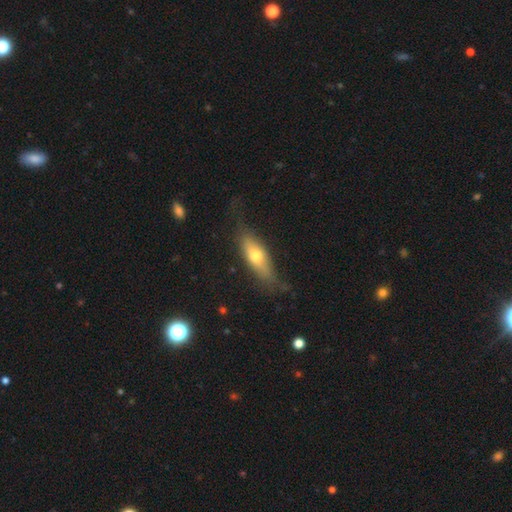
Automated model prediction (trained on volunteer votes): smooth 54%, featured or disk 39%, star or artifact 6%. Down the decision tree: how rounded — in between (51%); merging — none (71%).